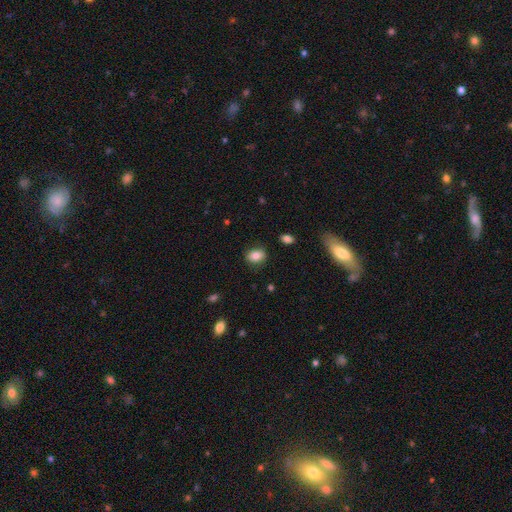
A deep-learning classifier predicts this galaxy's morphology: The model was most divided on "how rounded": in between: 65%, round: 34%, cigar-shaped: 1%. More confident: merging — none (84%); smooth or featured — smooth (81%).